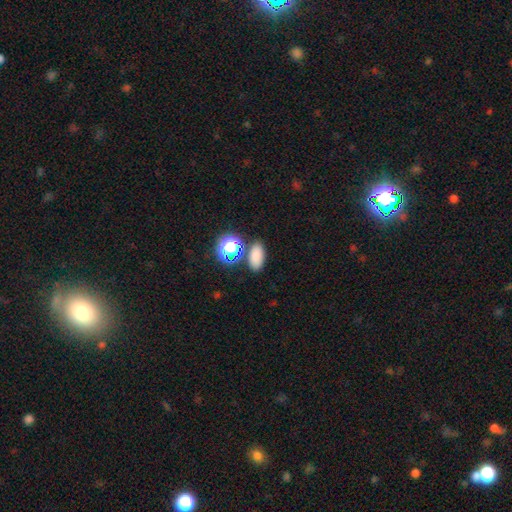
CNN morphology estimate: Smooth or featured? smooth (78%)
How rounded? in between (85%)
Merging? none (78%)